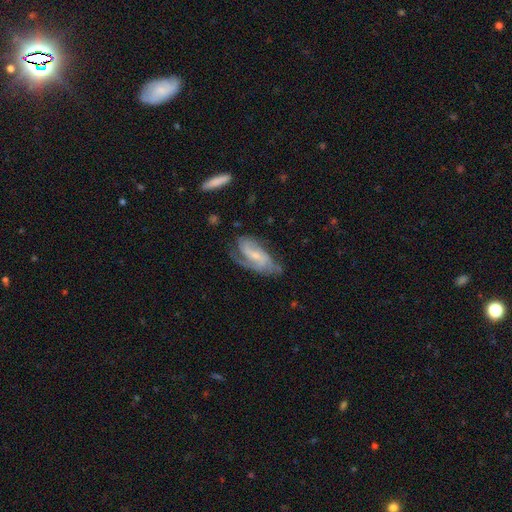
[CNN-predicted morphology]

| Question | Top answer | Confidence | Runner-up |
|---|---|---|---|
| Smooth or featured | featured or disk | 79% | smooth (15%) |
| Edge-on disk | no | 94% | yes (6%) |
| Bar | no | 43% | weak (41%) |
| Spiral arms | yes | 94% | no (6%) |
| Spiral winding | medium | 45% | tight (35%) |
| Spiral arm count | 2 | 52% | can't tell (19%) |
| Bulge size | small | 66% | moderate (25%) |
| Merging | none | 56% | minor disturbance (25%) |